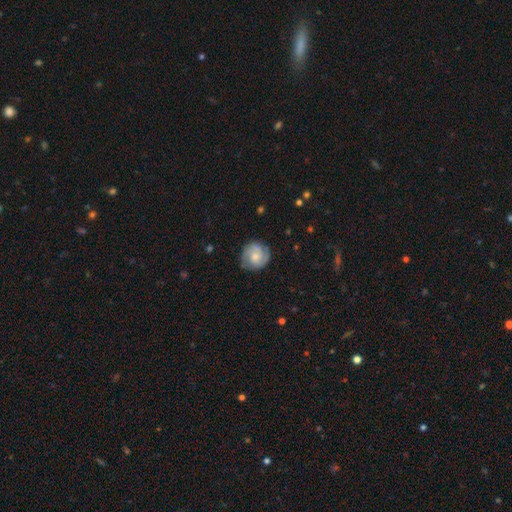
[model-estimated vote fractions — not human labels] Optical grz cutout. It shows a featured or disk galaxy (54%) with no bar (70%), spiral arms (88%) and a moderate central bulge (50%). Merging: none (78%).